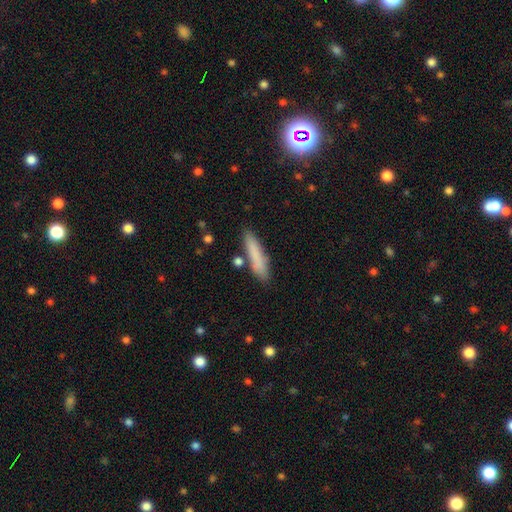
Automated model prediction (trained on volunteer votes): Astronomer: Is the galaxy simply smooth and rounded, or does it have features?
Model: smooth — 79%.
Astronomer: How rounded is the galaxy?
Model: cigar-shaped — 86%.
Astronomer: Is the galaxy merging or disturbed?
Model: none — 79%.